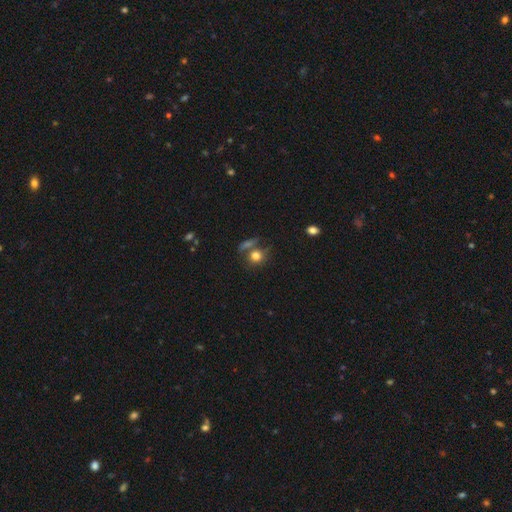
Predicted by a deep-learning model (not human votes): Overall: smooth (77%). How rounded: round (76%). Merging: none (56%; merger 24%).